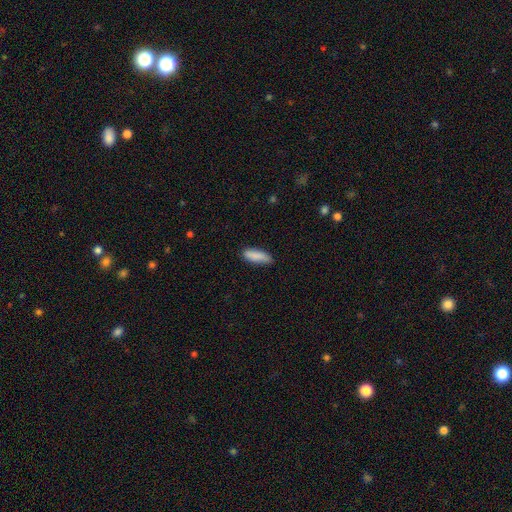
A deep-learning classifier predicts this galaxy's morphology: This is clearly a smooth galaxy (88%). How rounded: possibly in between (56%). Merging: clearly none (81%).